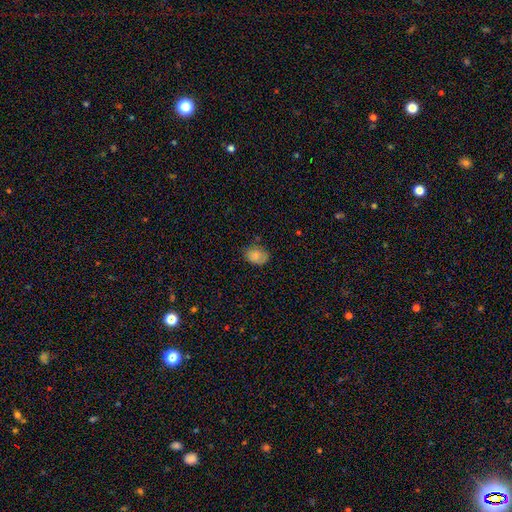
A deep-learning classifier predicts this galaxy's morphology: The model was most divided on "how rounded": in between: 68%, round: 31%, cigar-shaped: 1%. More confident: smooth or featured — smooth (82%); merging — none (68%).